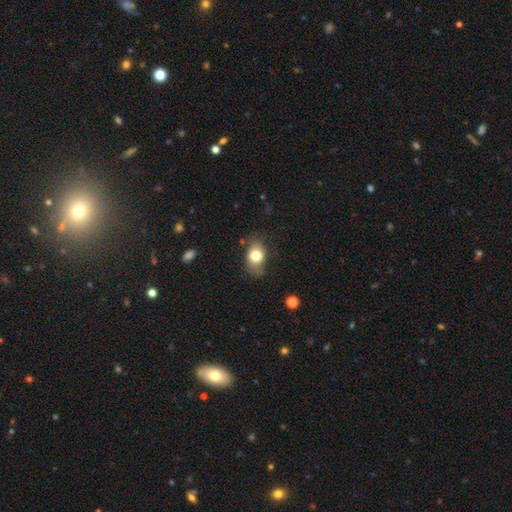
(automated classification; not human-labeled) The model was most divided on "merging": none: 65%, minor disturbance: 25%, major disturbance: 8%, merger: 2%. More confident: how rounded — in between (76%); smooth or featured — smooth (75%).